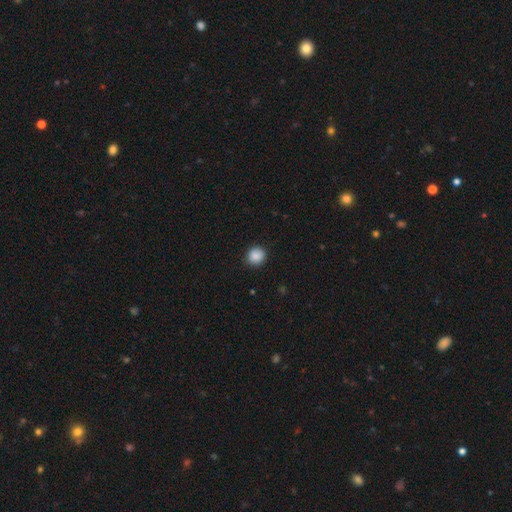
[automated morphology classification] smooth_or_featured: smooth (p=0.88) [alt: star or artifact p=0.09]
how_rounded: round (p=0.87) [alt: in between p=0.12]
merging: none (p=0.89) [alt: minor disturbance p=0.08]